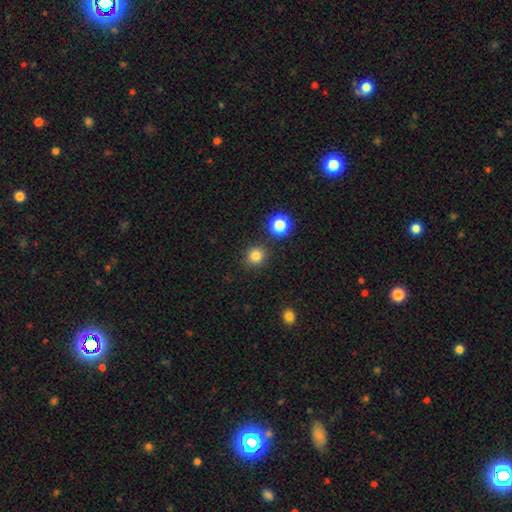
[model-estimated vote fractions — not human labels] Smooth or featured?
  - smooth: 81% *
  - star or artifact: 14%
  - featured or disk: 5%
How rounded?
  - round: 91% *
  - in between: 8%
  - cigar-shaped: 1%
Merging?
  - none: 85% *
  - minor disturbance: 8%
  - merger: 5%
  - major disturbance: 3%